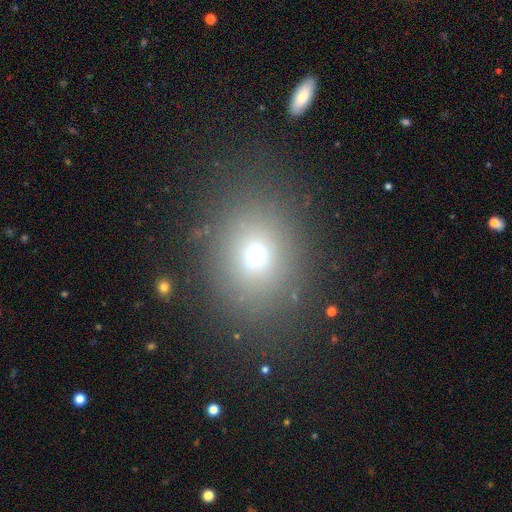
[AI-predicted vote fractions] A smooth galaxy with no disk features (67%) that is round (51%). Merging: none (81%).